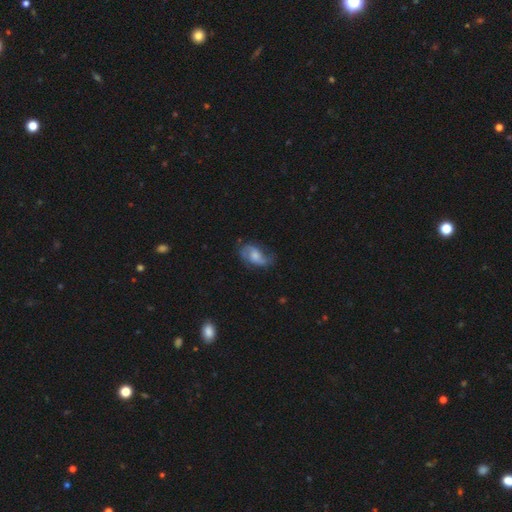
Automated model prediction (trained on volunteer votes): This appears to be a featured or disk galaxy (72%) with no bar (56%), 2 (86%) loose (46%) spiral arms (92%) and a moderate central bulge (40%). Merging: none (63%).